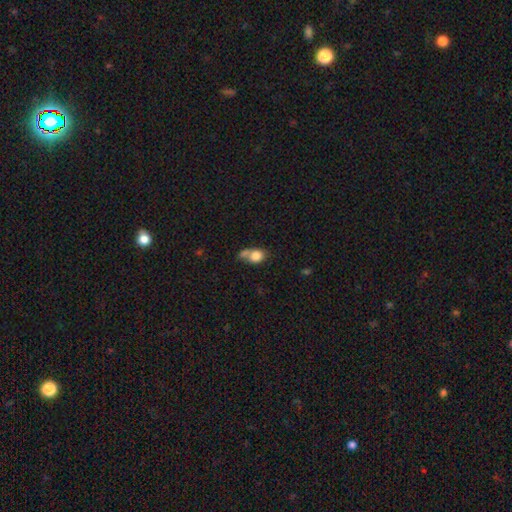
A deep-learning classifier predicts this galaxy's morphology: This appears to be a smooth galaxy with no disk features (79%) that is in between round and cigar-shaped (60%). Merging: merger (39%).